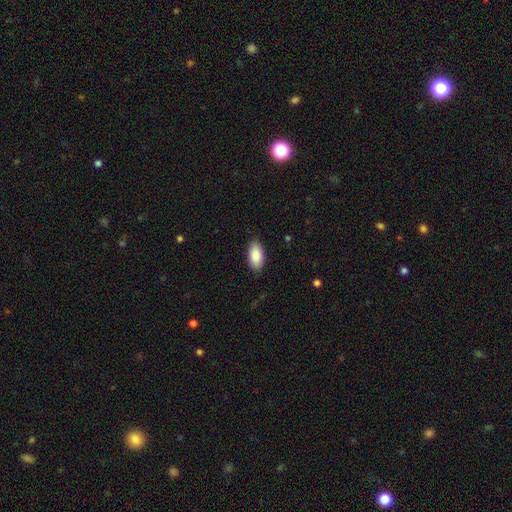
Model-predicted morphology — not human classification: type=smooth (87%); roundness=in between (93%); merging=none (88%).